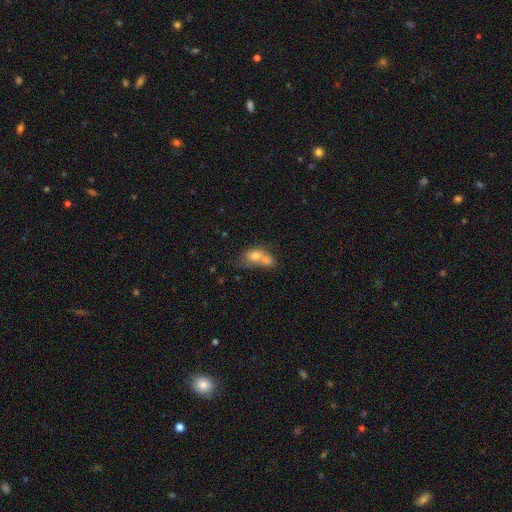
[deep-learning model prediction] Smooth or featured: smooth — 71% (featured or disk — 20%)
How rounded: in between — 65% (round — 32%)
Merging: merger — 74% (none — 15%)